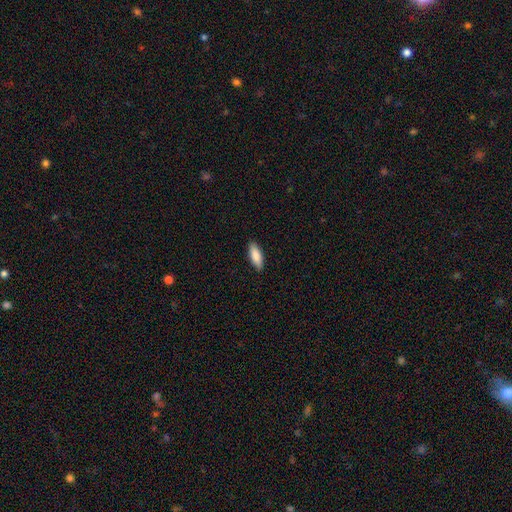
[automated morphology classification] smooth_or_featured: smooth (p=0.87) [alt: featured or disk p=0.07]
how_rounded: in between (p=0.71) [alt: cigar-shaped p=0.27]
merging: none (p=0.88) [alt: minor disturbance p=0.09]